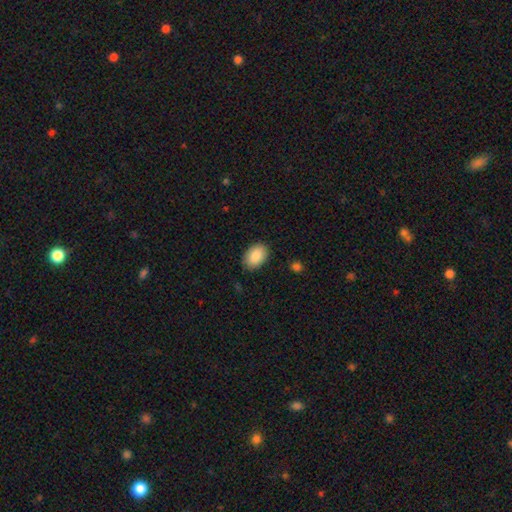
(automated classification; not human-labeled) Morphology: type=smooth (88%); roundness=in between (86%); merging=none (87%).